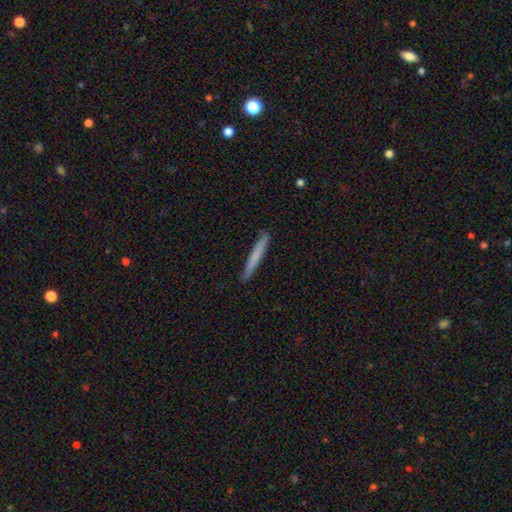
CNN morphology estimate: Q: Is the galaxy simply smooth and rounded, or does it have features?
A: smooth — 67%.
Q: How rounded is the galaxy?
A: cigar-shaped — 97%.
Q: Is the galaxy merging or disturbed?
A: none — 89%.